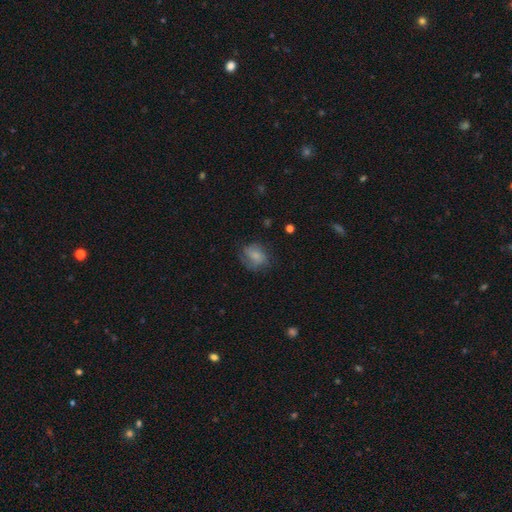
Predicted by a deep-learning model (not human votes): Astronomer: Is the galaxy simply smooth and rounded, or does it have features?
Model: smooth — 64%.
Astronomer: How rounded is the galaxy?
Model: round — 54% (runner-up: in between, 45%).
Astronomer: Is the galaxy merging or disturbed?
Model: none — 58%.